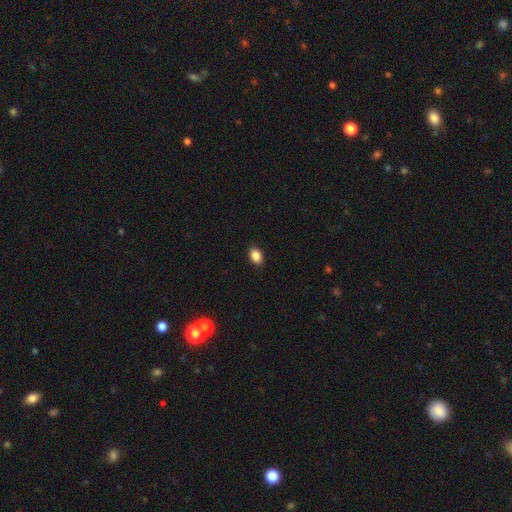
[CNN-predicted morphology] Smooth or featured? Predicted: smooth (p=0.88). How rounded? Predicted: in between (p=0.80). Merging? Predicted: none (p=0.89).